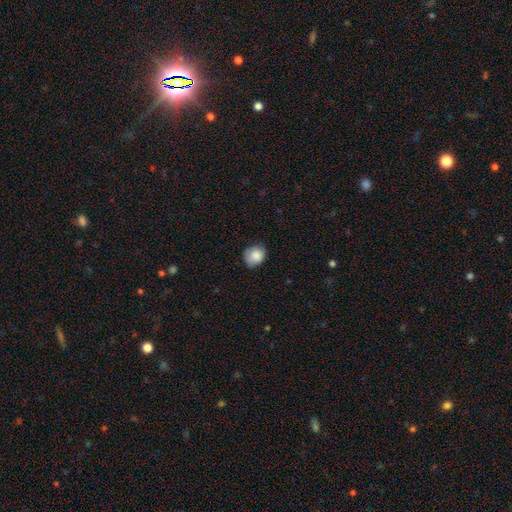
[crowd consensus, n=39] Smooth or featured: smooth — 85% (star or artifact — 13%)
How rounded: round — 52% (in between — 45%)
Merging: none — 47% (minor disturbance — 32%)